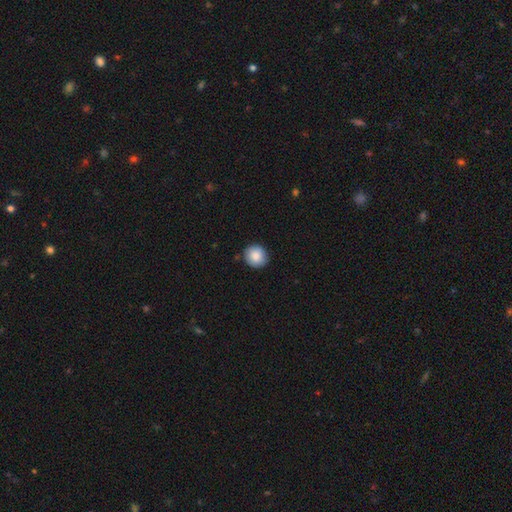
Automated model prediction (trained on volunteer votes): Smooth or featured? Predicted: smooth (p=0.87). How rounded? Predicted: round (p=0.91). Merging? Predicted: none (p=0.88).